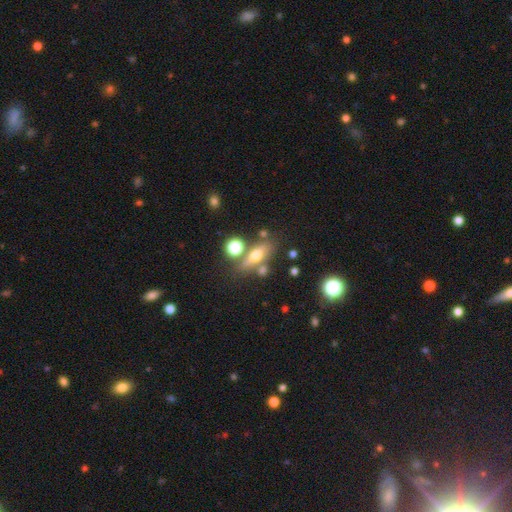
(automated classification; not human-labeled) smooth-or-featured: smooth: 53% | featured or disk: 35% | star or artifact: 12%
  how-rounded: in between: 54% | cigar-shaped: 35% | round: 11%
  merging: none: 64% | merger: 16% | minor disturbance: 14% | major disturbance: 6%